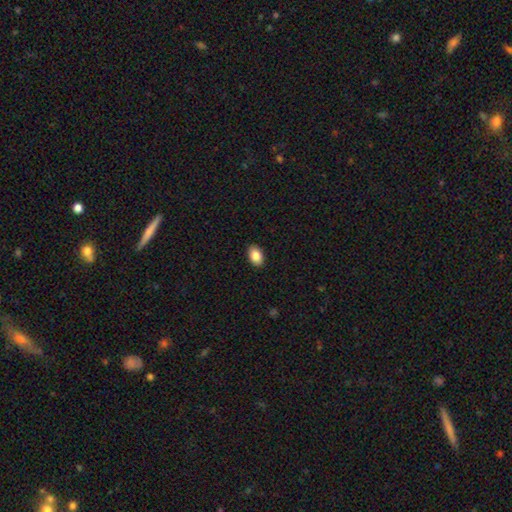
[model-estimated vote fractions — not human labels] A smooth galaxy with no disk features (87%) that is in between round and cigar-shaped (88%).

Vote fractions:
- Smooth or featured? smooth: 87% / star or artifact: 8% / featured or disk: 6%
- How rounded? in between: 88% / round: 11% / cigar-shaped: 1%
- Merging? none: 90% / minor disturbance: 7% / major disturbance: 2% / merger: 1%